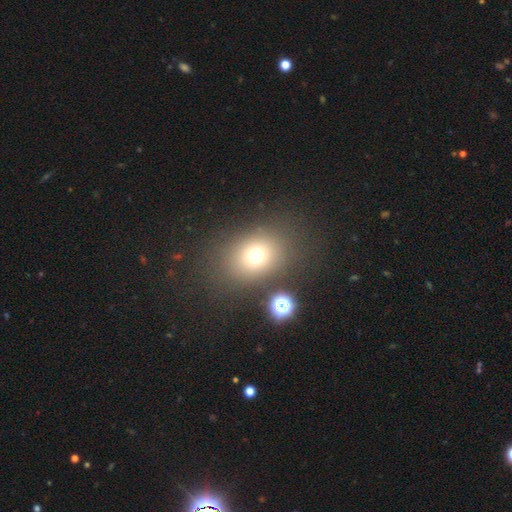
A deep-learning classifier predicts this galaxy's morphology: Overall: smooth (71%). How rounded: in between (51%; round 48%). Merging: none (77%).